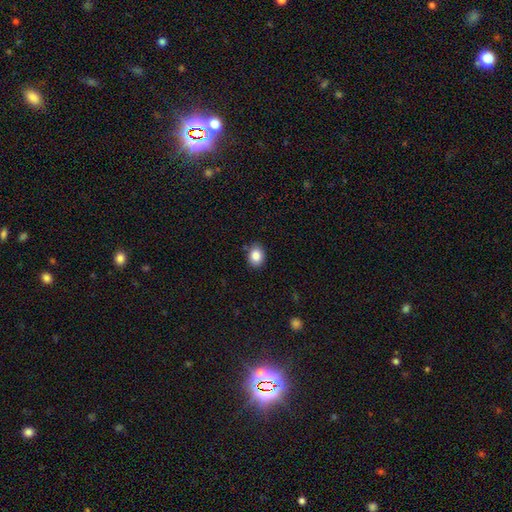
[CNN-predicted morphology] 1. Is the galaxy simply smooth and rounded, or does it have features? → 86% smooth, 9% star or artifact, 5% featured or disk.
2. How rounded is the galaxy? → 55% in between, 45% round, 1% cigar-shaped.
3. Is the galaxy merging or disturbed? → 84% none, 11% minor disturbance, 2% major disturbance, 2% merger.